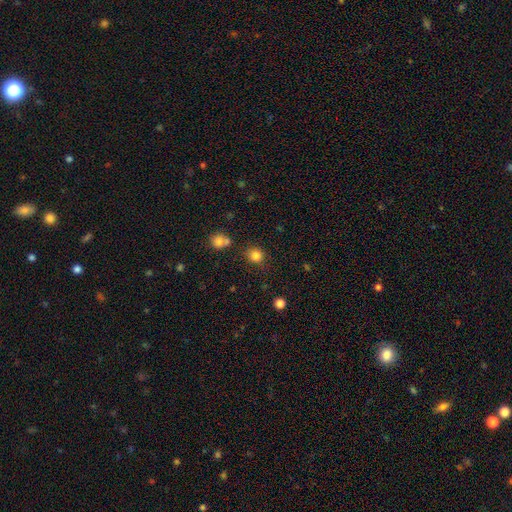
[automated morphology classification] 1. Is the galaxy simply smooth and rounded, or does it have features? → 82% smooth, 13% star or artifact, 5% featured or disk.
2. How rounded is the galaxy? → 84% round, 15% in between, 1% cigar-shaped.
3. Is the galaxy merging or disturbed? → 78% none, 11% minor disturbance, 7% merger, 3% major disturbance.